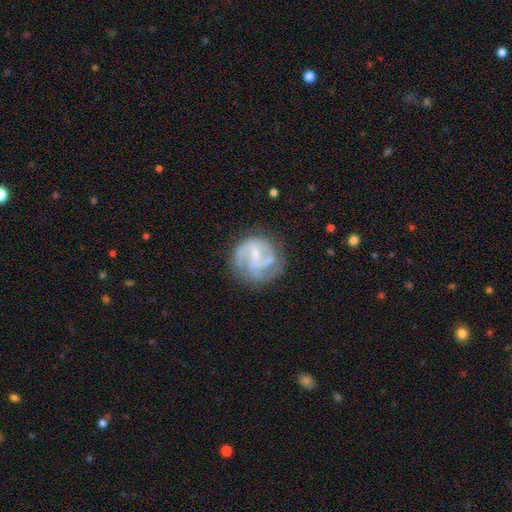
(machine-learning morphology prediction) Smooth or featured?
  - featured or disk: 77% *
  - smooth: 16%
  - star or artifact: 7%
Edge-on disk?
  - no: 98% *
  - yes: 2%
Bar?
  - weak: 52% *
  - no: 29%
  - strong: 19%
Spiral arms?
  - yes: 88% *
  - no: 12%
Spiral winding?
  - medium: 46% *
  - tight: 32%
  - loose: 21%
Spiral arm count?
  - 2: 41% *
  - 3: 25%
  - can't tell: 21%
  - 1: 5%
  - 4: 5%
  - more than 4: 3%
Bulge size?
  - small: 56% *
  - moderate: 25%
  - none: 16%
  - large: 2%
  - dominant: 1%
Merging?
  - none: 62% *
  - minor disturbance: 20%
  - major disturbance: 15%
  - merger: 3%